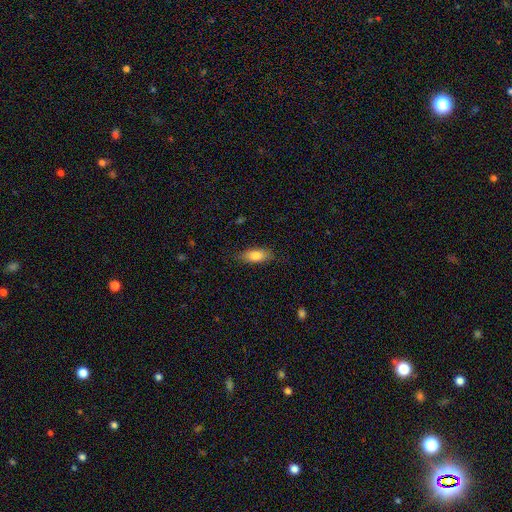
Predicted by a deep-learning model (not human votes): smooth-or-featured: smooth: 83% | featured or disk: 10% | star or artifact: 7%
  how-rounded: in between: 80% | cigar-shaped: 17% | round: 3%
  merging: none: 80% | minor disturbance: 15% | major disturbance: 4% | merger: 1%